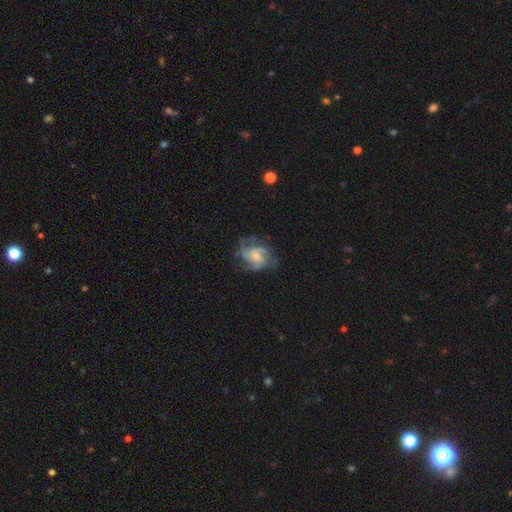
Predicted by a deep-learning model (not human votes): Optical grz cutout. It shows a featured or disk galaxy (84%) with no bar (64%), 3 (40%) medium (50%) spiral arms (96%) and a small central bulge (48%). Merging: none (66%).